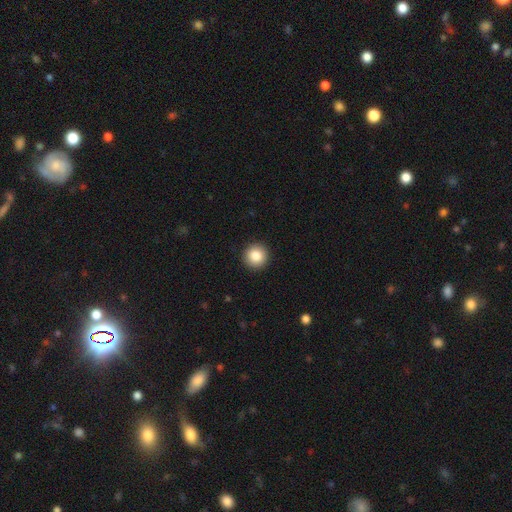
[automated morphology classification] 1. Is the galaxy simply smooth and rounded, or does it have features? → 86% smooth, 9% star or artifact, 6% featured or disk.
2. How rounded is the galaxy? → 95% round, 4% in between, 1% cigar-shaped.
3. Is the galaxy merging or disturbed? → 93% none, 5% minor disturbance, 2% major disturbance, 1% merger.